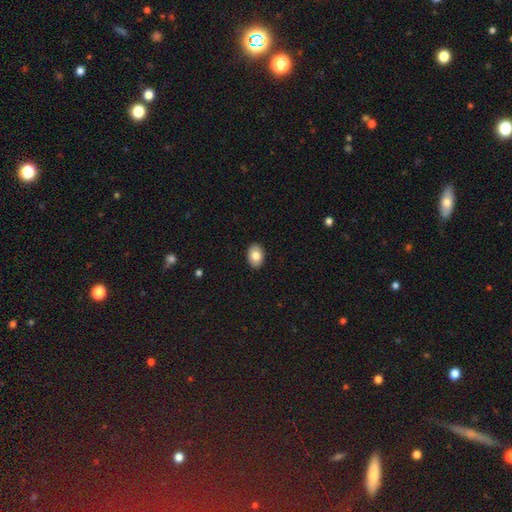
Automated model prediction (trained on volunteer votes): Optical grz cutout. It shows a smooth galaxy with no disk features (81%) that is in between round and cigar-shaped (84%). Merging: none (90%).